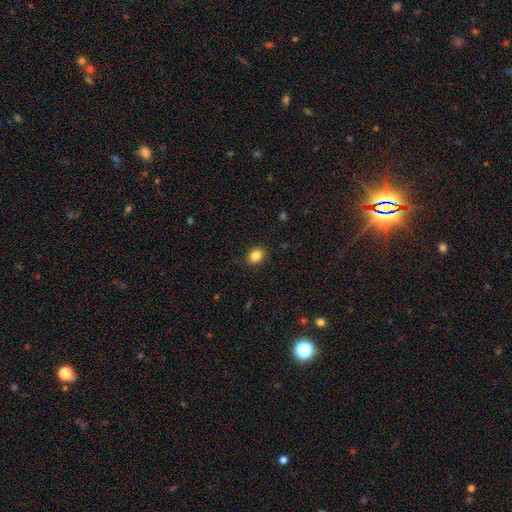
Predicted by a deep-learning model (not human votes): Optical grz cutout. It shows a smooth galaxy with no disk features (85%) that is round (56%). Merging: none (89%).